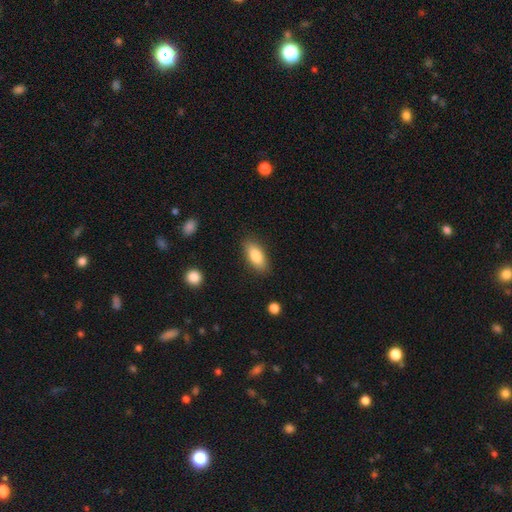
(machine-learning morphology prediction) Smooth or featured: smooth — 84% (featured or disk — 10%)
How rounded: in between — 83% (cigar-shaped — 14%)
Merging: none — 86% (minor disturbance — 10%)